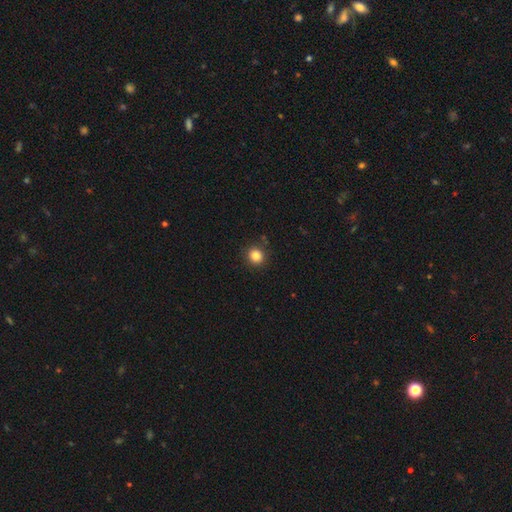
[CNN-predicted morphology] Q: Smooth or featured?
A: smooth (84%); runner-up: star or artifact (12%)
Q: How rounded?
A: round (90%); runner-up: in between (9%)
Q: Merging?
A: none (89%); runner-up: minor disturbance (7%)